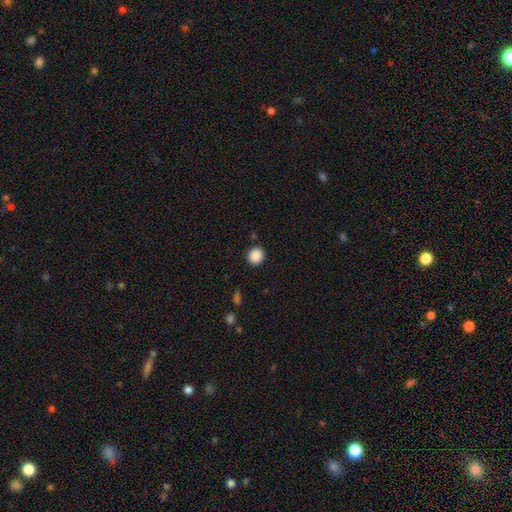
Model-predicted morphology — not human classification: Smooth or featured? smooth (89%)
How rounded? round (86%)
Merging? none (90%)